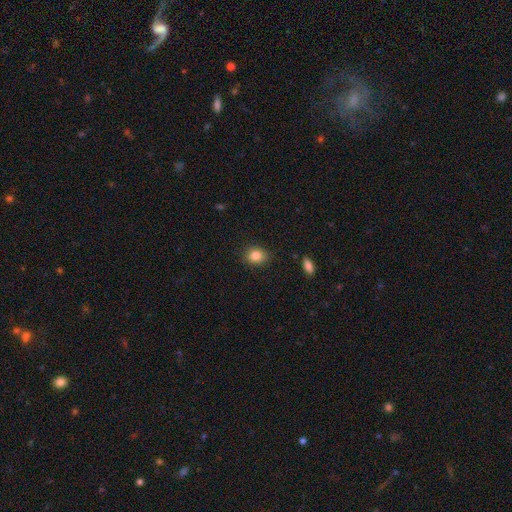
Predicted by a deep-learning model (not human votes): Q: Smooth or featured?
A: smooth (84%); runner-up: star or artifact (10%)
Q: How rounded?
A: round (54%); runner-up: in between (45%)
Q: Merging?
A: none (86%); runner-up: minor disturbance (10%)